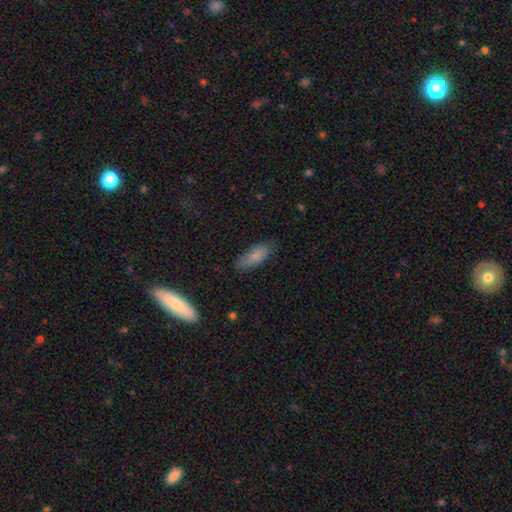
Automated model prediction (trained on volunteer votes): The model was most divided on "how rounded": in between: 68%, cigar-shaped: 30%, round: 2%. More confident: smooth or featured — smooth (81%); merging — none (76%).